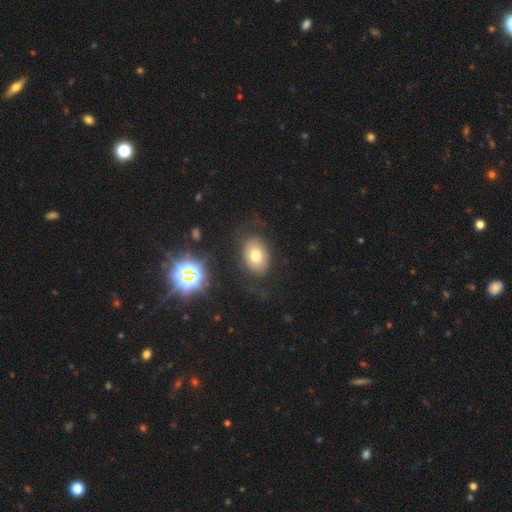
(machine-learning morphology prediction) A smooth galaxy with no disk features (69%) that is in between round and cigar-shaped (78%).

Vote fractions:
- Smooth or featured? smooth: 69% / featured or disk: 18% / star or artifact: 13%
- How rounded? in between: 78% / round: 21% / cigar-shaped: 1%
- Merging? none: 75% / minor disturbance: 13% / major disturbance: 10% / merger: 2%